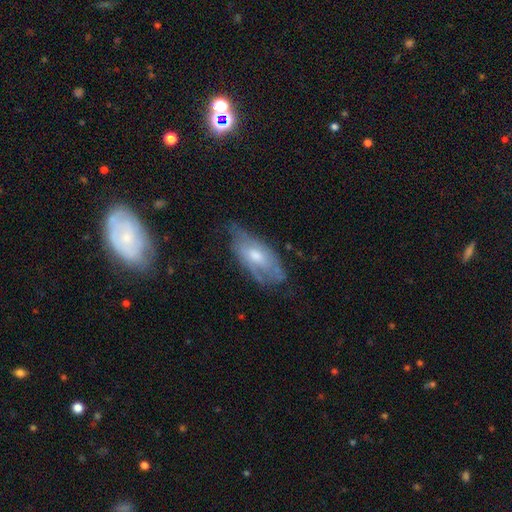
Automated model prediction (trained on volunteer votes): smooth-or-featured: featured or disk: 56% | smooth: 37% | star or artifact: 7%
  disk-edge-on: no: 84% | yes: 16%
  merging: none: 52% | minor disturbance: 33% | major disturbance: 13% | merger: 2%